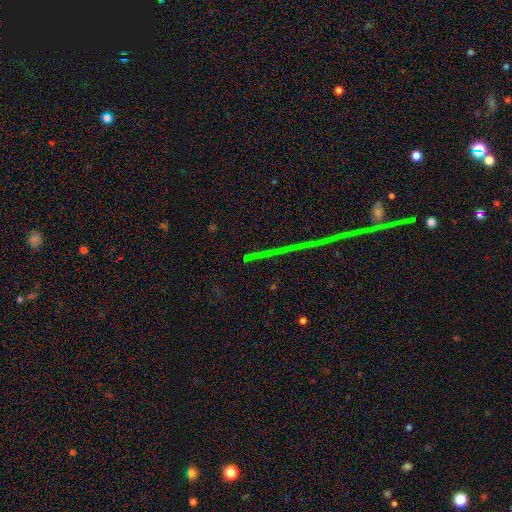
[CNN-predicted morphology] Q: Smooth or featured?
A: star or artifact (82%); runner-up: featured or disk (11%)